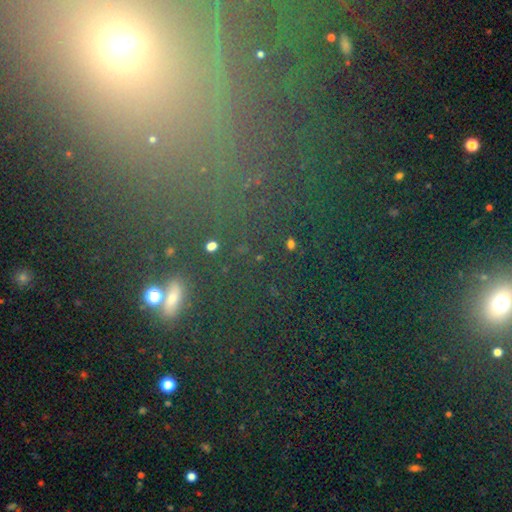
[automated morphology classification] Smooth or featured: star or artifact — 56% (smooth — 30%)